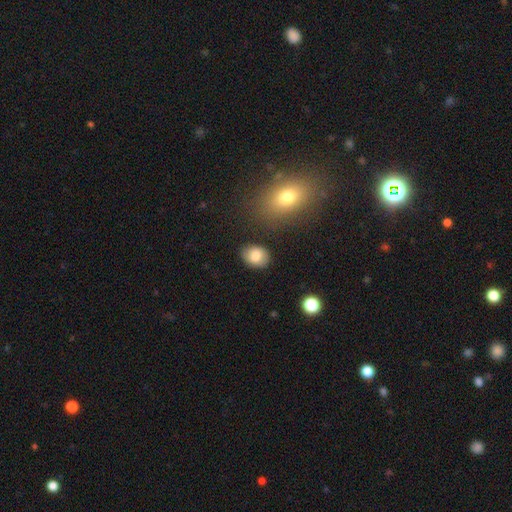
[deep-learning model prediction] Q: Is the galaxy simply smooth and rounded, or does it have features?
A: smooth — 81%.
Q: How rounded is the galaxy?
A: in between — 66%.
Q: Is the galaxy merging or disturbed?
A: none — 82%.